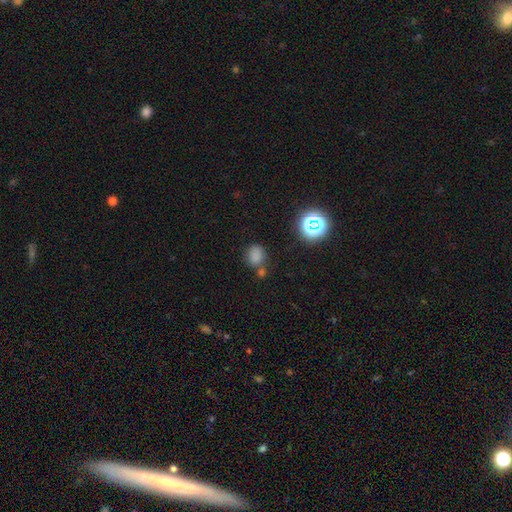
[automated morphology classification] Q: Smooth or featured?
A: smooth (76%); runner-up: star or artifact (19%)
Q: How rounded?
A: round (59%); runner-up: in between (40%)
Q: Merging?
A: none (64%); runner-up: merger (17%)